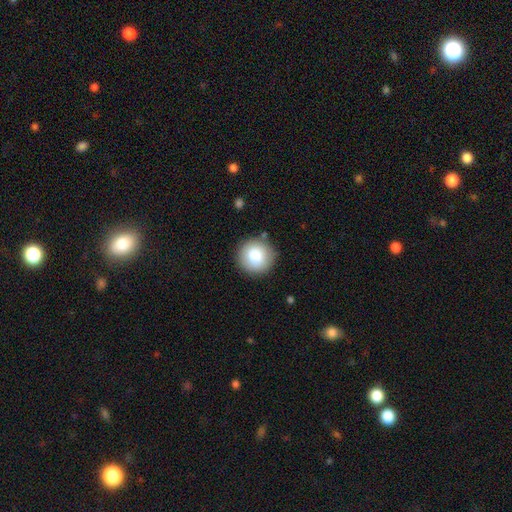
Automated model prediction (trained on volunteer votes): Smooth or featured? smooth (79%)
How rounded? round (94%)
Merging? none (88%)